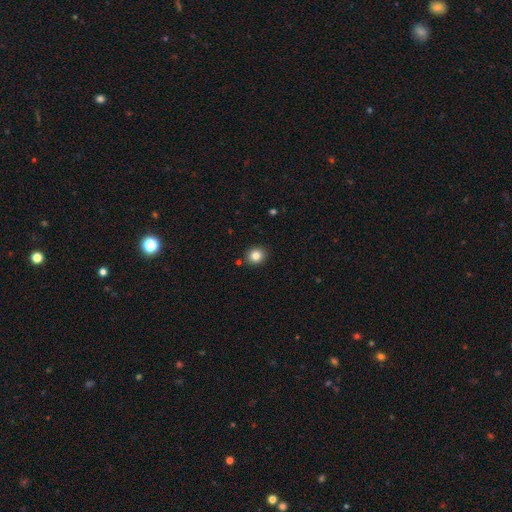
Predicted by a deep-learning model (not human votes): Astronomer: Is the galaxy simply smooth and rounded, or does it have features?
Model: smooth — 83%.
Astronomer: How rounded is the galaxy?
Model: round — 78%.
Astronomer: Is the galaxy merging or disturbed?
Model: none — 89%.